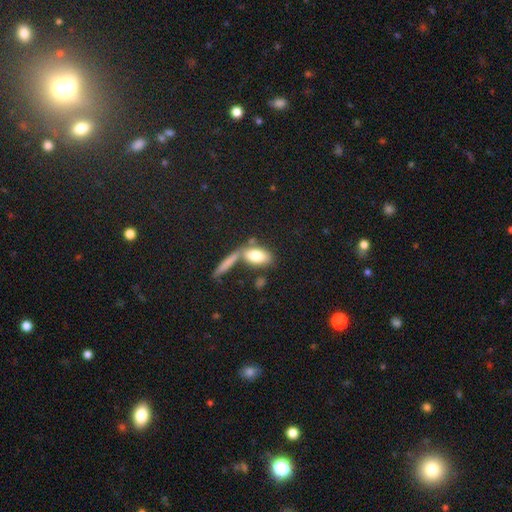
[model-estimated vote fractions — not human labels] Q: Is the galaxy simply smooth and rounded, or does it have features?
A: smooth — 78%.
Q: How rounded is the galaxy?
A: in between — 85%.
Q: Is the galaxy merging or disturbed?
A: none — 54%.